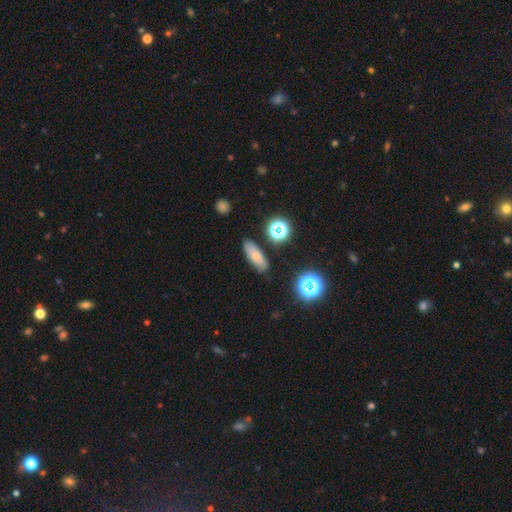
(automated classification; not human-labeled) Morphology: type=smooth (68%); roundness=in between (65%); merging=none (81%).